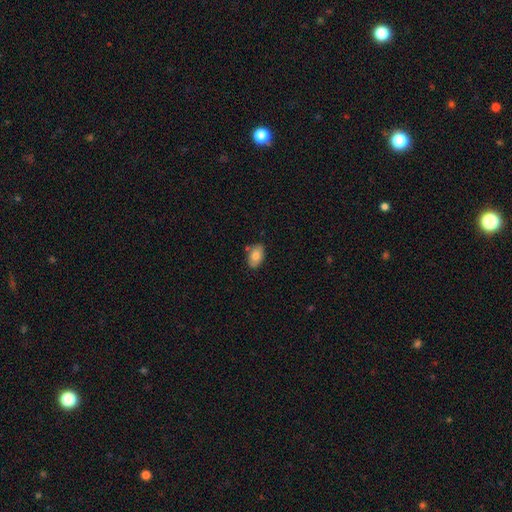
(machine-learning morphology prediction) smooth 79%, featured or disk 14%, star or artifact 7%. Down the decision tree: how rounded — in between (90%); merging — none (78%).